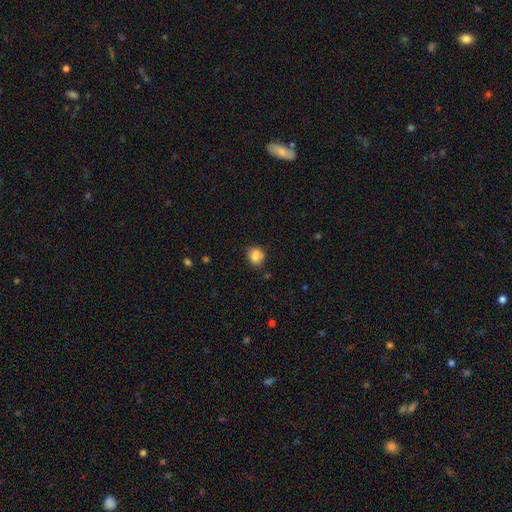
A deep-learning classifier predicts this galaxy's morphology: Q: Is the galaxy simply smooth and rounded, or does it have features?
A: smooth — 80%.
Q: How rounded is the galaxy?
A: round — 71%.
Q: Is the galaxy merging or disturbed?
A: none — 61%.